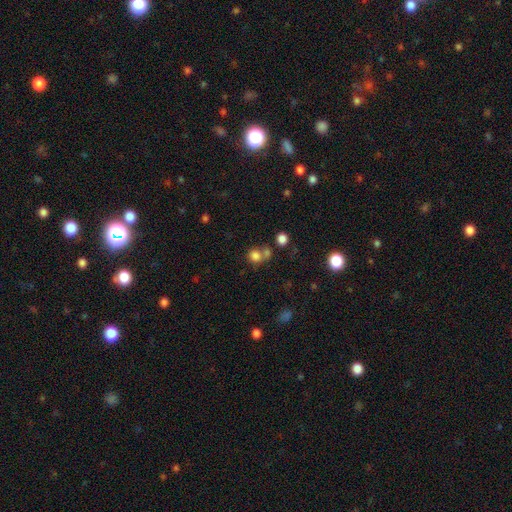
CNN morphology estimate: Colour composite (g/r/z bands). It shows a smooth galaxy with no disk features (78%) that is round (80%). Merging: none (47%).